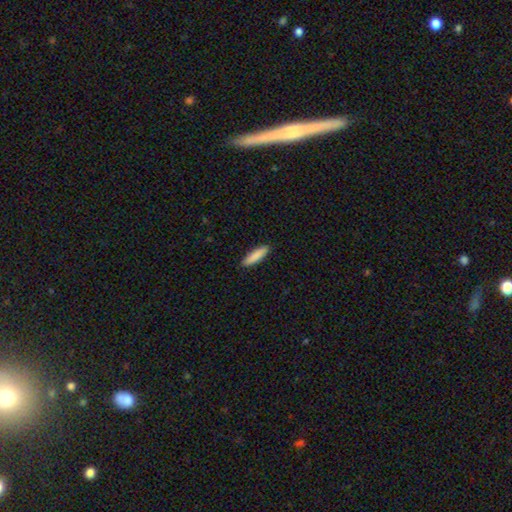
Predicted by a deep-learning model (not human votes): The model was most divided on "how rounded": cigar-shaped: 71%, in between: 28%, round: 1%. More confident: merging — none (90%); smooth or featured — smooth (88%).